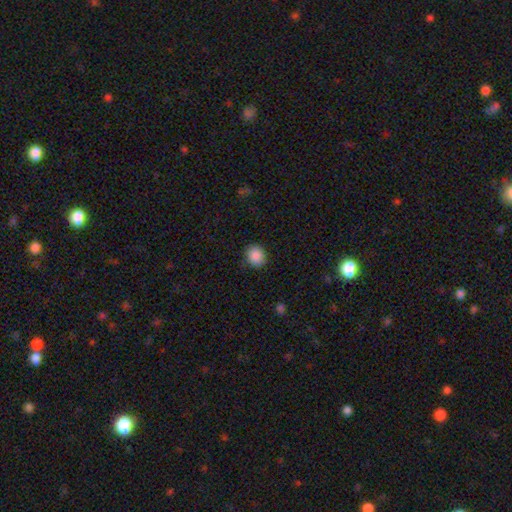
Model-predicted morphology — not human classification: Overall: smooth (88%). How rounded: round (78%). Merging: none (87%).